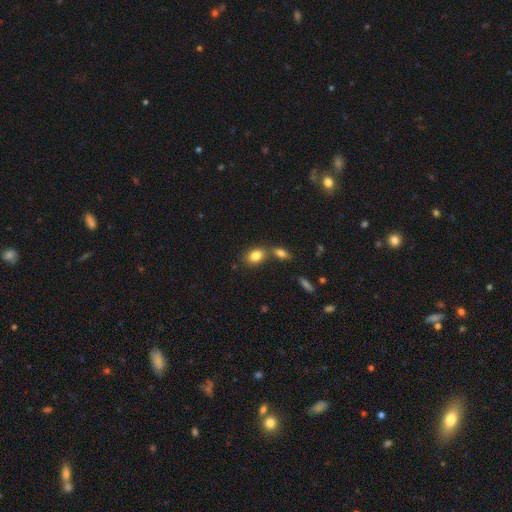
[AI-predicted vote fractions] smooth-or-featured: smooth: 82% | featured or disk: 9% | star or artifact: 9%
  how-rounded: in between: 81% | round: 17% | cigar-shaped: 2%
  merging: none: 58% | merger: 28% | minor disturbance: 11% | major disturbance: 3%